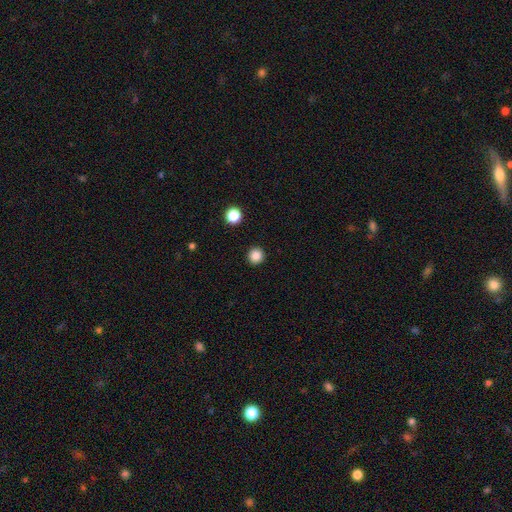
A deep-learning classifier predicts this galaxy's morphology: This appears to be a smooth galaxy with no disk features (86%) that is round (95%). Merging: none (93%).